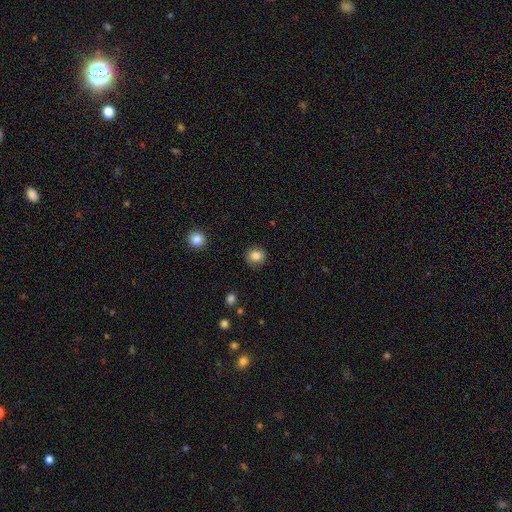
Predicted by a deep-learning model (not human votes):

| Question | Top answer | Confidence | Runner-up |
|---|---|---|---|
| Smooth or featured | smooth | 85% | star or artifact (10%) |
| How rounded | round | 83% | in between (16%) |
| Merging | none | 89% | minor disturbance (7%) |